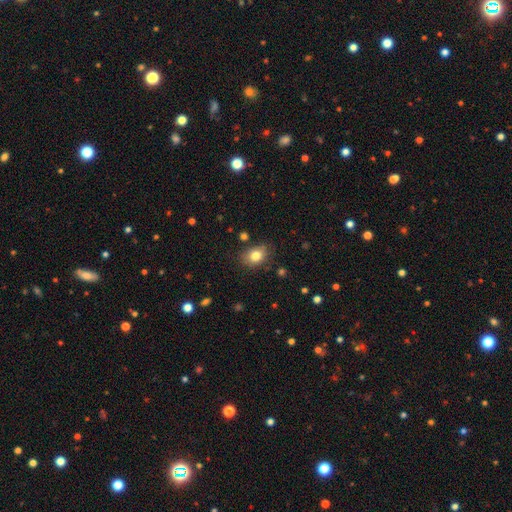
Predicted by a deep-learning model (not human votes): Overall: smooth (81%). How rounded: in between (66%; round 33%). Merging: none (80%).